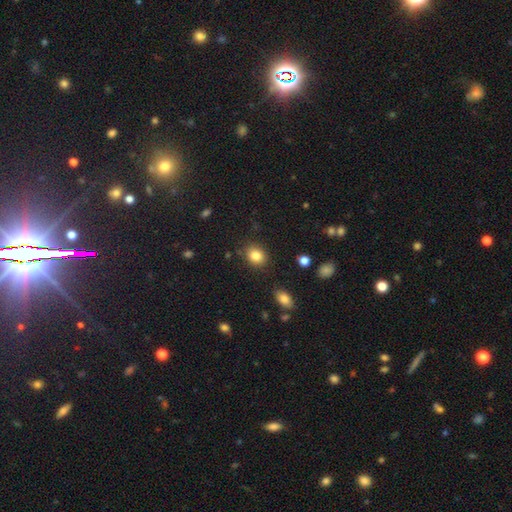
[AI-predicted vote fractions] Smooth or featured: smooth — 84% (star or artifact — 10%)
How rounded: round — 55% (in between — 44%)
Merging: none — 85% (minor disturbance — 10%)